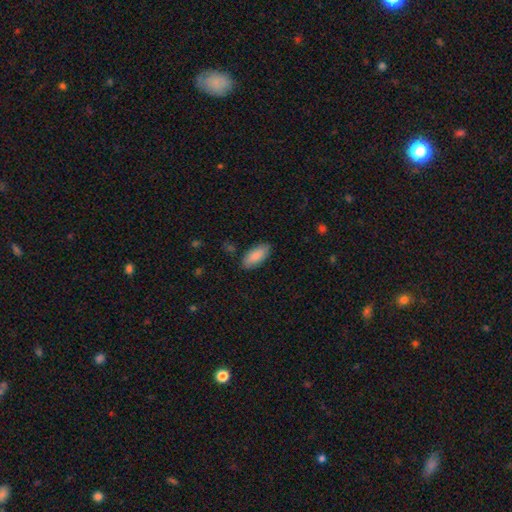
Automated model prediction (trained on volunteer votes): Q: Smooth or featured?
A: smooth (88%); runner-up: featured or disk (6%)
Q: How rounded?
A: in between (88%); runner-up: cigar-shaped (10%)
Q: Merging?
A: none (84%); runner-up: minor disturbance (12%)